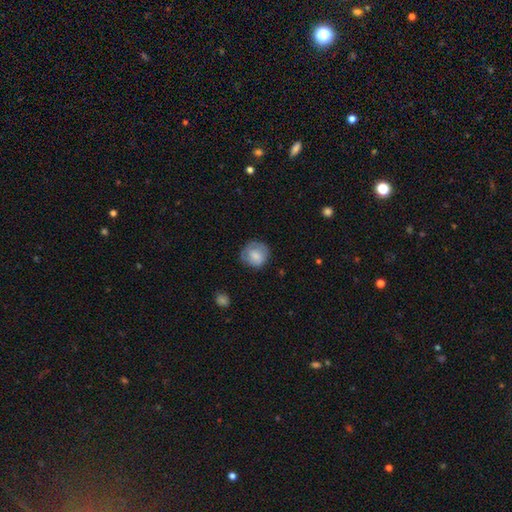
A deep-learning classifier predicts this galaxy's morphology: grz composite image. It shows a smooth galaxy with no disk features (74%) that is round (86%). Merging: none (72%).